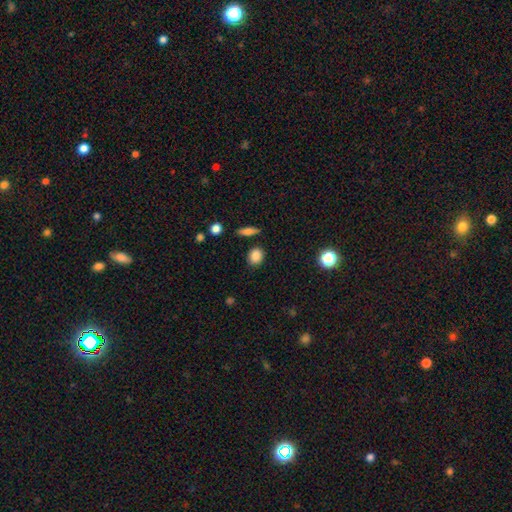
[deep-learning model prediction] This appears to be a smooth galaxy with no disk features (85%) that is round (62%). Merging: none (84%).